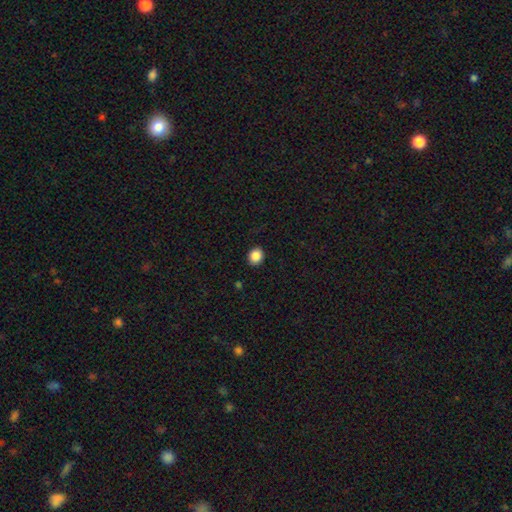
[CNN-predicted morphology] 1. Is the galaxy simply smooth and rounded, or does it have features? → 87% smooth, 9% star or artifact, 3% featured or disk.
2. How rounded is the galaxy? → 71% round, 28% in between, 1% cigar-shaped.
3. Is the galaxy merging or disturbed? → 89% none, 8% minor disturbance, 2% major disturbance, 1% merger.